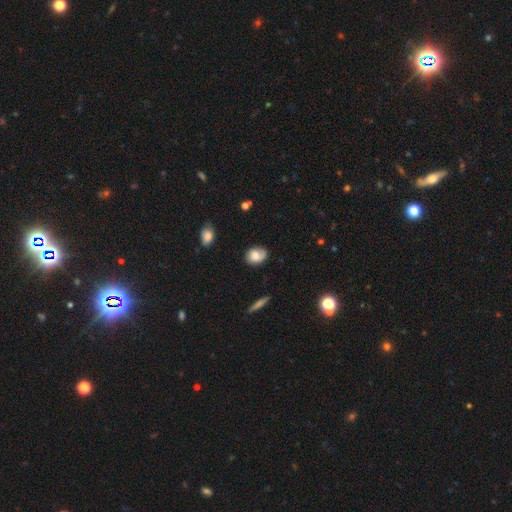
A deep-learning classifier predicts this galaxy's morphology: Q: Smooth or featured?
A: smooth (73%); runner-up: featured or disk (20%)
Q: How rounded?
A: in between (60%); runner-up: round (38%)
Q: Merging?
A: none (66%); runner-up: minor disturbance (24%)